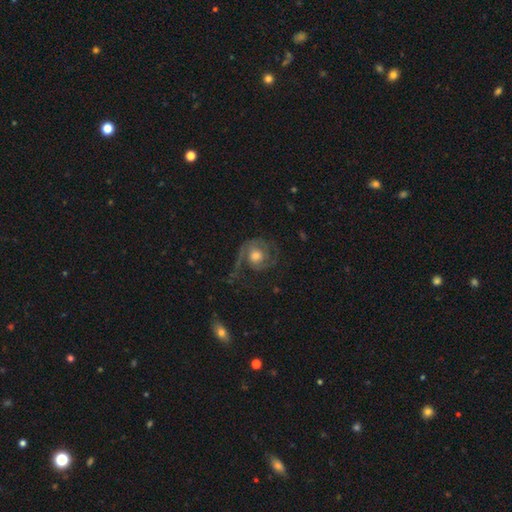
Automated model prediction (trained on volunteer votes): Q: Smooth or featured?
A: featured or disk (75%); runner-up: smooth (18%)
Q: Edge-on disk?
A: no (97%); runner-up: yes (3%)
Q: Bar?
A: no (75%); runner-up: weak (21%)
Q: Spiral arms?
A: yes (90%); runner-up: no (10%)
Q: Spiral winding?
A: medium (39%); runner-up: tight (35%)
Q: Spiral arm count?
A: 2 (45%); runner-up: 1 (32%)
Q: Bulge size?
A: moderate (64%); runner-up: large (16%)
Q: Merging?
A: none (48%); runner-up: major disturbance (32%)